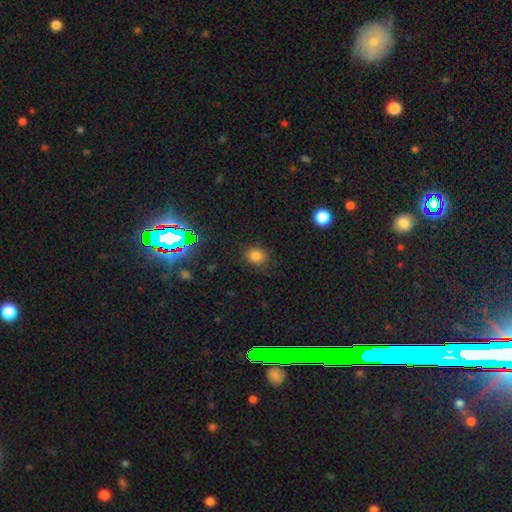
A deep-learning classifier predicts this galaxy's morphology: This appears to be a smooth galaxy with no disk features (77%) that is round (66%). Merging: none (83%).